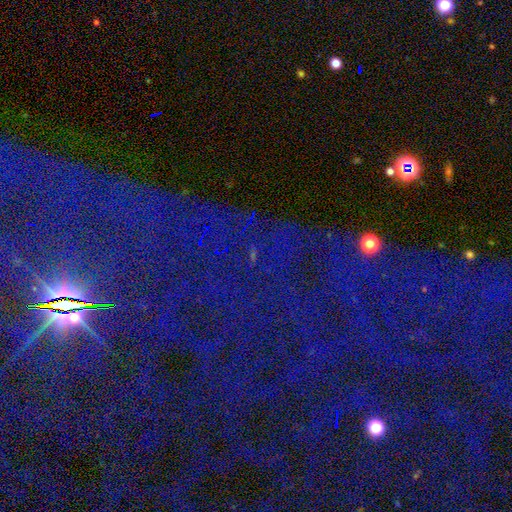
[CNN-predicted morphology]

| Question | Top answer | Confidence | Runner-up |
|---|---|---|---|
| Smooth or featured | star or artifact | 84% | featured or disk (8%) |